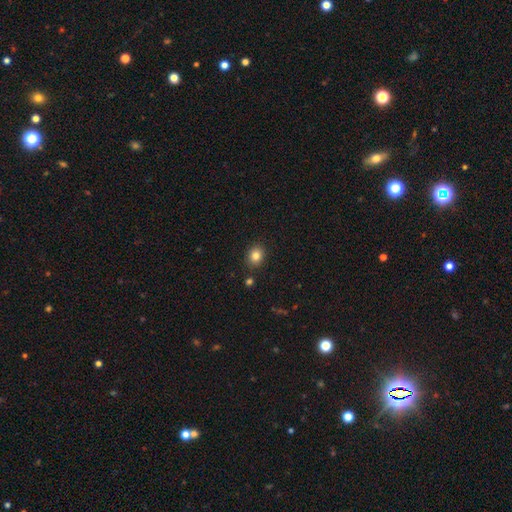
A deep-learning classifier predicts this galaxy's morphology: smooth 83%, star or artifact 11%, featured or disk 6%. Down the decision tree: how rounded — round (60%); merging — none (87%).